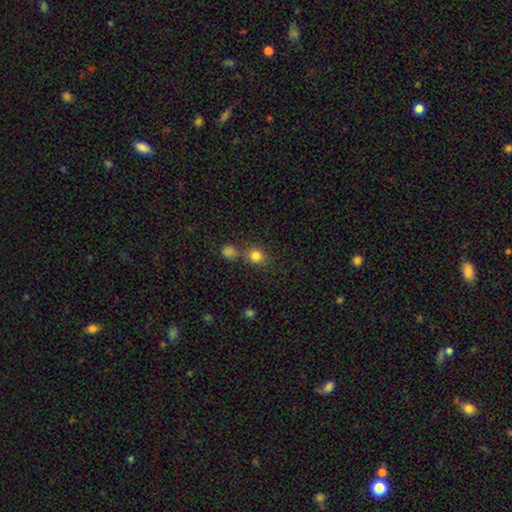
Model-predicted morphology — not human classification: The model was most divided on "merging": none: 63%, merger: 23%, minor disturbance: 11%, major disturbance: 4%. More confident: how rounded — round (82%); smooth or featured — smooth (80%).